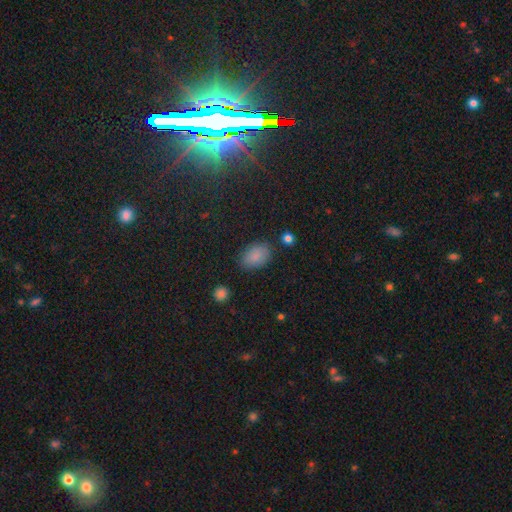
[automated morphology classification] smooth_or_featured: smooth (p=0.84) [alt: star or artifact p=0.10]
how_rounded: in between (p=0.86) [alt: round p=0.13]
merging: none (p=0.80) [alt: minor disturbance p=0.14]